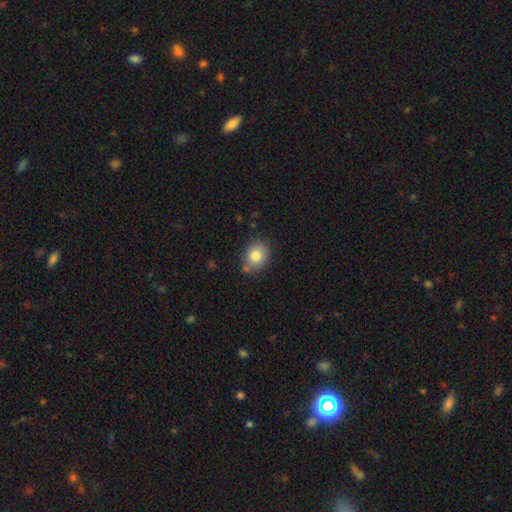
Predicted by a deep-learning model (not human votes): Smooth or featured?
  - smooth: 82% *
  - star or artifact: 9%
  - featured or disk: 9%
How rounded?
  - round: 56% *
  - in between: 43%
  - cigar-shaped: 1%
Merging?
  - none: 76% *
  - minor disturbance: 16%
  - merger: 5%
  - major disturbance: 3%